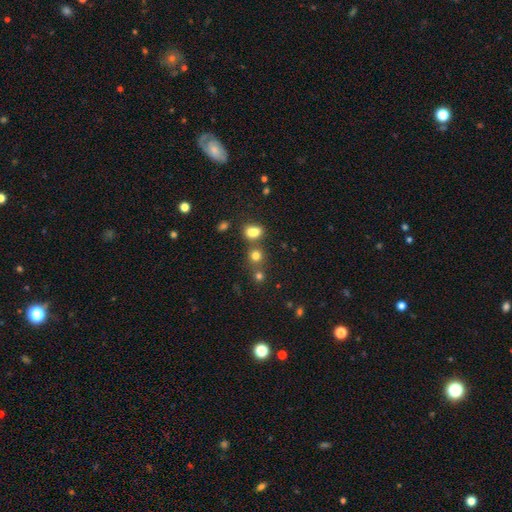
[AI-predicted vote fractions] Smooth or featured: smooth — 76% (star or artifact — 17%)
How rounded: round — 75% (in between — 24%)
Merging: none — 58% (merger — 28%)